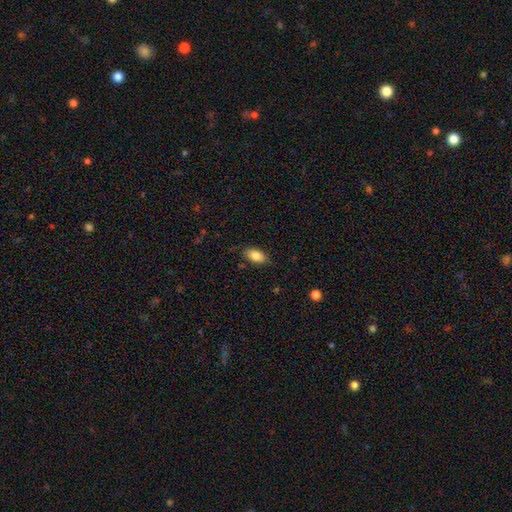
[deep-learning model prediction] Q: Smooth or featured?
A: smooth (84%); runner-up: featured or disk (9%)
Q: How rounded?
A: in between (91%); runner-up: round (5%)
Q: Merging?
A: none (80%); runner-up: minor disturbance (16%)